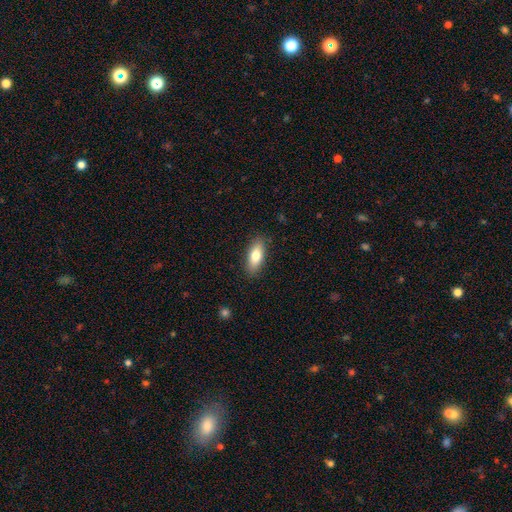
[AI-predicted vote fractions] smooth-or-featured: smooth: 78% | featured or disk: 15% | star or artifact: 7%
  how-rounded: in between: 79% | cigar-shaped: 18% | round: 3%
  merging: none: 87% | minor disturbance: 10% | major disturbance: 2% | merger: 1%